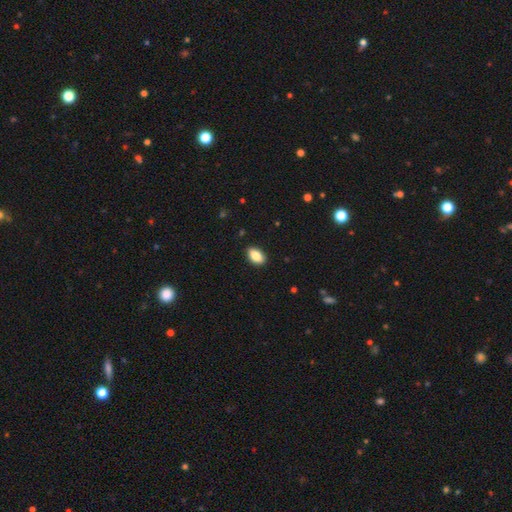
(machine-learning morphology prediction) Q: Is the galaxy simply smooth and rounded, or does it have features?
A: smooth — 86%.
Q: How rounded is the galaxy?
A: in between — 92%.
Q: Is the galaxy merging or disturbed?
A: none — 89%.